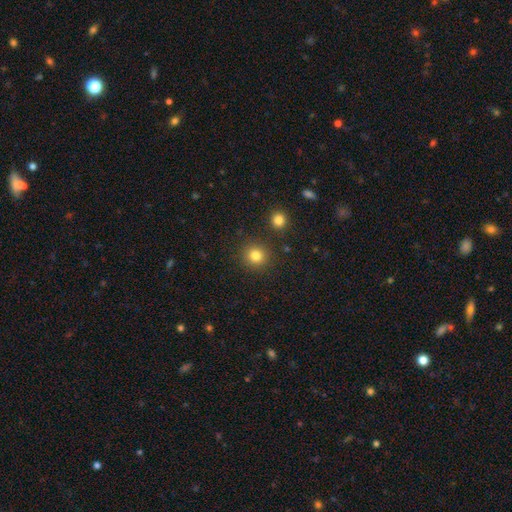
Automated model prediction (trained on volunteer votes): Morphology: type=smooth (83%); roundness=round (92%); merging=none (88%).